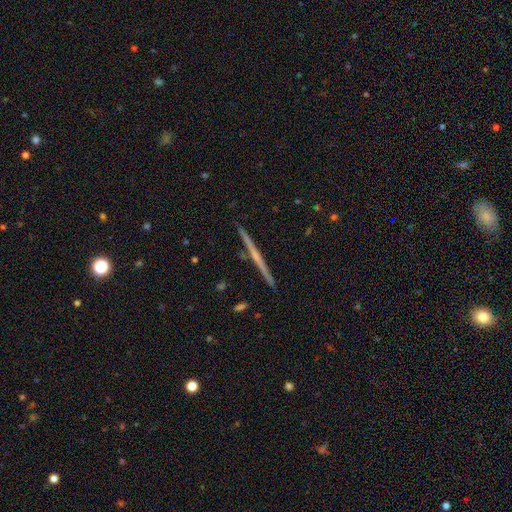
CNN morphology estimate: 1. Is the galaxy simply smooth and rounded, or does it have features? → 71% featured or disk, 23% smooth, 6% star or artifact.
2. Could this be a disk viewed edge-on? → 98% yes, 2% no.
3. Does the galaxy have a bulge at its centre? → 64% none, 30% rounded, 6% boxy.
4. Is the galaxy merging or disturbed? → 92% none, 5% minor disturbance, 1% merger, 1% major disturbance.